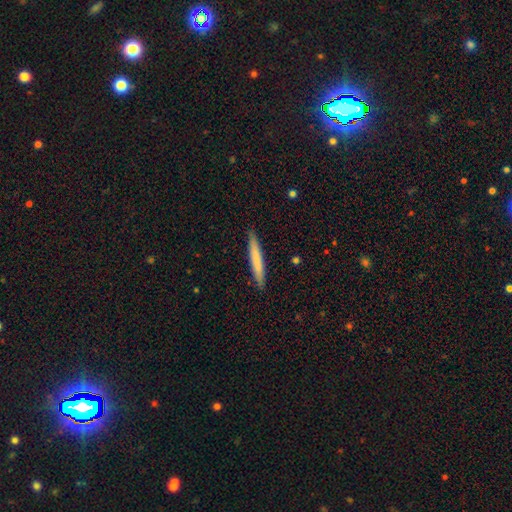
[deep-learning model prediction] Smooth or featured? Predicted: smooth (p=0.73). How rounded? Predicted: cigar-shaped (p=0.95). Merging? Predicted: none (p=0.91).